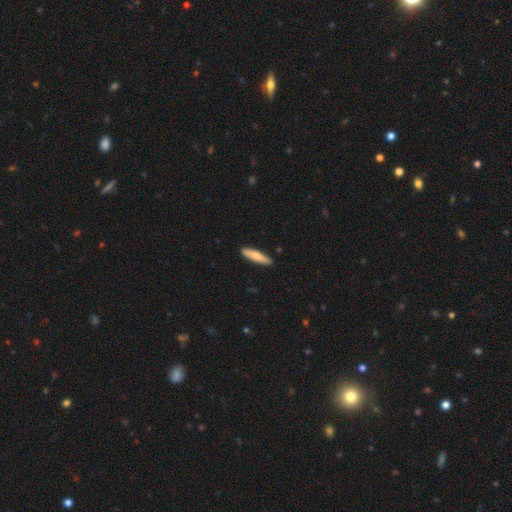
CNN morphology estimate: smooth-or-featured: smooth: 74% | featured or disk: 21% | star or artifact: 5%
  how-rounded: cigar-shaped: 82% | in between: 16% | round: 1%
  merging: none: 89% | minor disturbance: 8% | major disturbance: 1% | merger: 1%